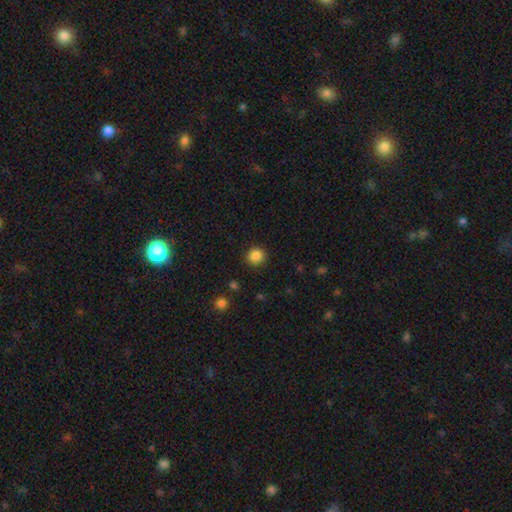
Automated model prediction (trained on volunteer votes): Morphology: type=smooth (86%); roundness=round (91%); merging=none (91%).